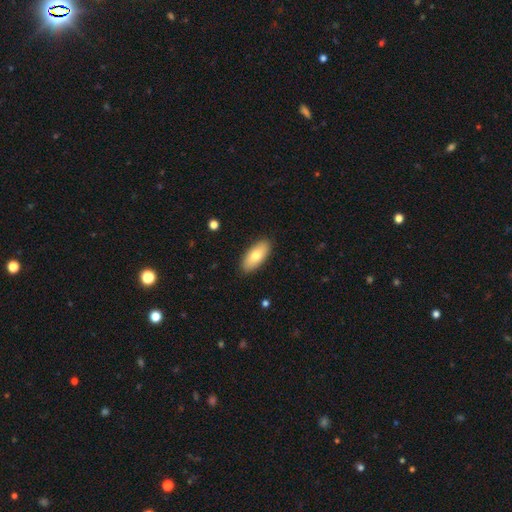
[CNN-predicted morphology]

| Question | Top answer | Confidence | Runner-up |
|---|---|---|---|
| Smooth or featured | smooth | 76% | featured or disk (18%) |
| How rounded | in between | 88% | cigar-shaped (9%) |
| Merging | none | 89% | minor disturbance (8%) |